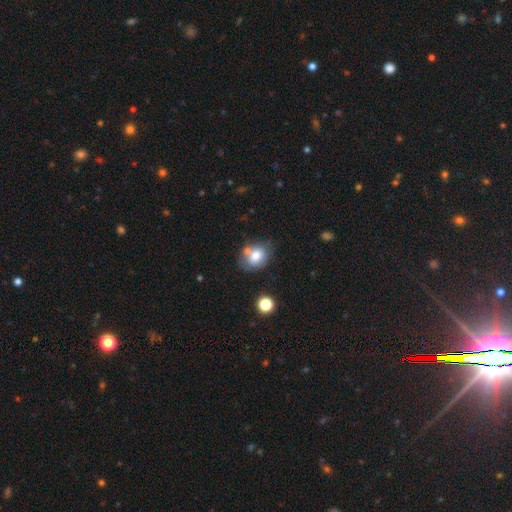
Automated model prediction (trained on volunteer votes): Smooth or featured: smooth — 74% (featured or disk — 16%)
How rounded: in between — 52% (round — 47%)
Merging: none — 55% (minor disturbance — 20%)